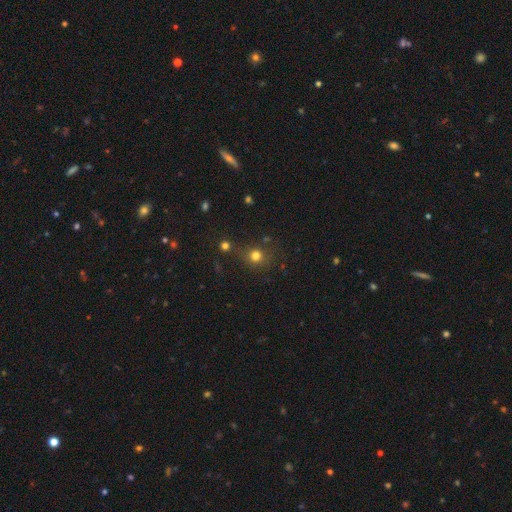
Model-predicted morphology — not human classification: Q: Smooth or featured?
A: smooth (75%); runner-up: star or artifact (18%)
Q: How rounded?
A: round (88%); runner-up: in between (11%)
Q: Merging?
A: none (72%); runner-up: minor disturbance (12%)